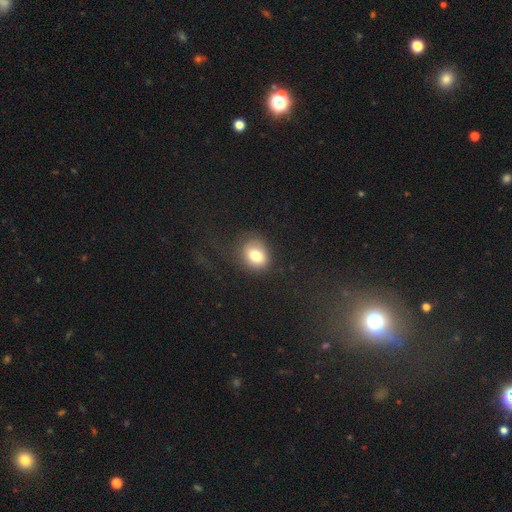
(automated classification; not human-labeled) A smooth galaxy with no disk features (77%) that is in between round and cigar-shaped (51%).

Vote fractions:
- Smooth or featured? smooth: 77% / featured or disk: 13% / star or artifact: 10%
- How rounded? in between: 51% / round: 48% / cigar-shaped: 1%
- Merging? none: 64% / minor disturbance: 18% / major disturbance: 16% / merger: 2%